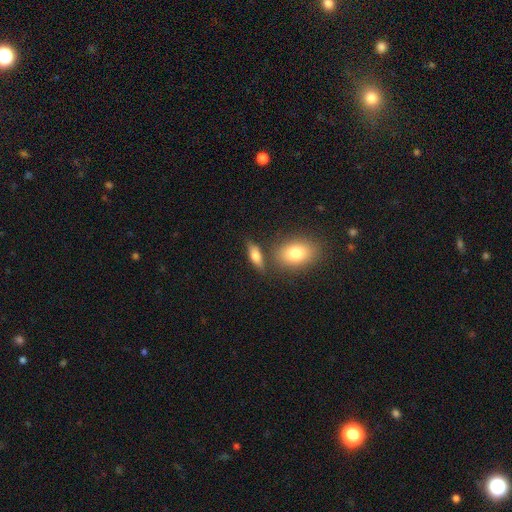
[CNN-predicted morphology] This is likely a smooth galaxy (70%). How rounded: likely in between (70%). Merging: likely none (70%).